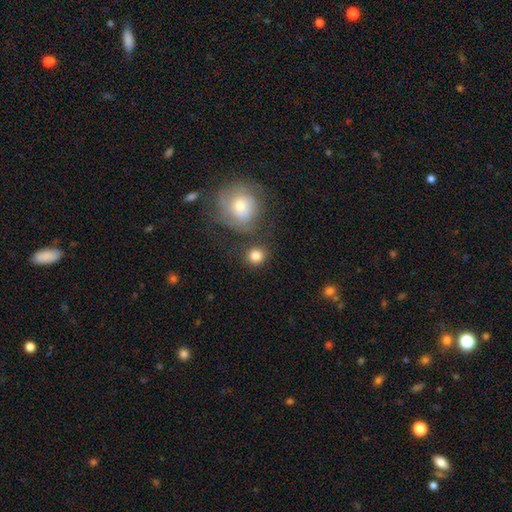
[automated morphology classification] Smooth or featured? Predicted: smooth (p=0.84). How rounded? Predicted: round (p=0.88). Merging? Predicted: none (p=0.76).